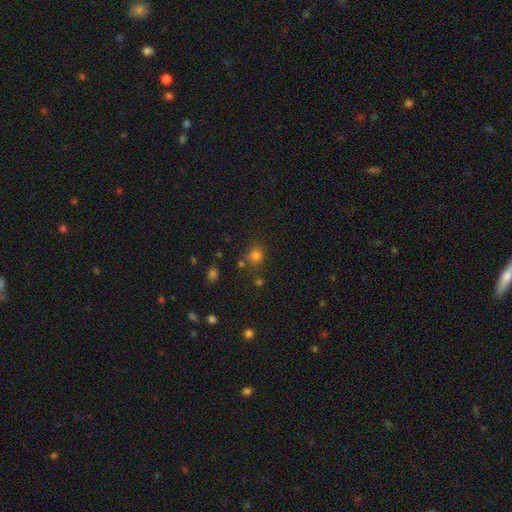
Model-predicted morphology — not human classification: This appears to be a smooth galaxy with no disk features (75%) that is round (79%). Merging: none (72%).